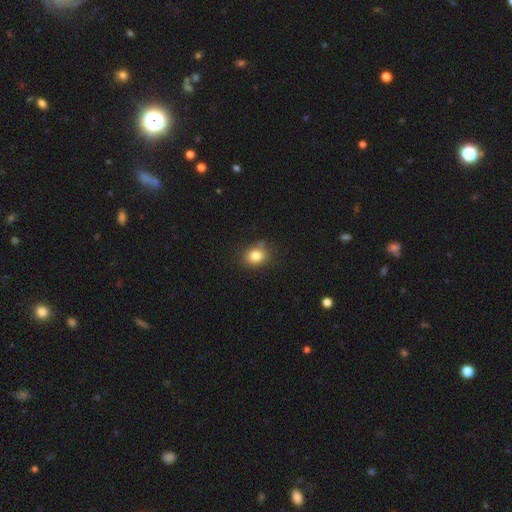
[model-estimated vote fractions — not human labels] Smooth or featured?
  - smooth: 82% *
  - star or artifact: 11%
  - featured or disk: 7%
How rounded?
  - round: 59% *
  - in between: 40%
  - cigar-shaped: 1%
Merging?
  - none: 75% *
  - minor disturbance: 17%
  - merger: 4%
  - major disturbance: 4%